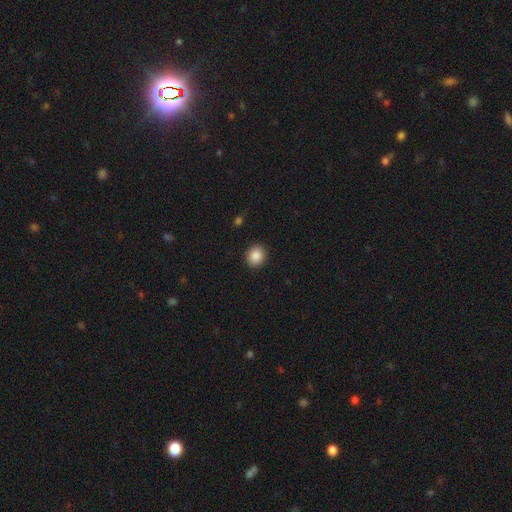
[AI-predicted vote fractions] Smooth or featured? Predicted: smooth (p=0.88). How rounded? Predicted: round (p=0.80). Merging? Predicted: none (p=0.91).